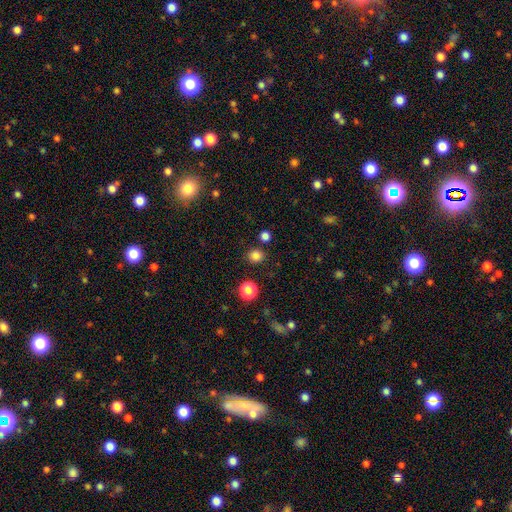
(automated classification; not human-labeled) A smooth galaxy with no disk features (82%) that is round (81%). Merging: none (87%).